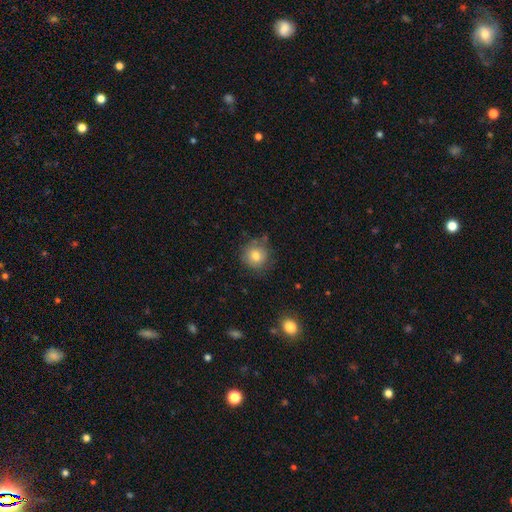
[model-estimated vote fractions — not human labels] Overall: smooth (78%). How rounded: round (90%). Merging: none (75%).